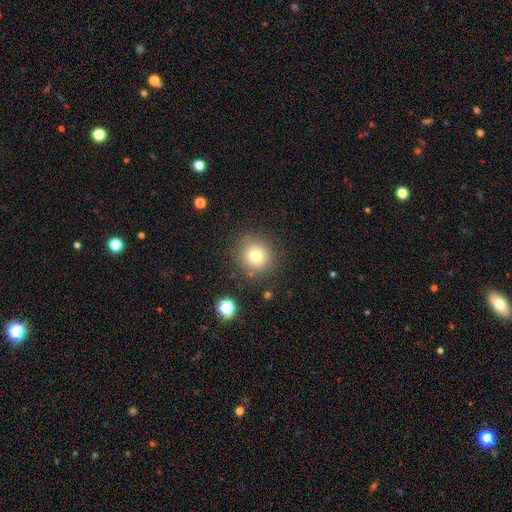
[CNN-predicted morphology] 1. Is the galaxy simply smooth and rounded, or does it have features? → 76% smooth, 14% star or artifact, 11% featured or disk.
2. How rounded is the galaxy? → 92% round, 7% in between, 1% cigar-shaped.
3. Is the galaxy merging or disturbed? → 84% none, 9% minor disturbance, 4% major disturbance, 3% merger.